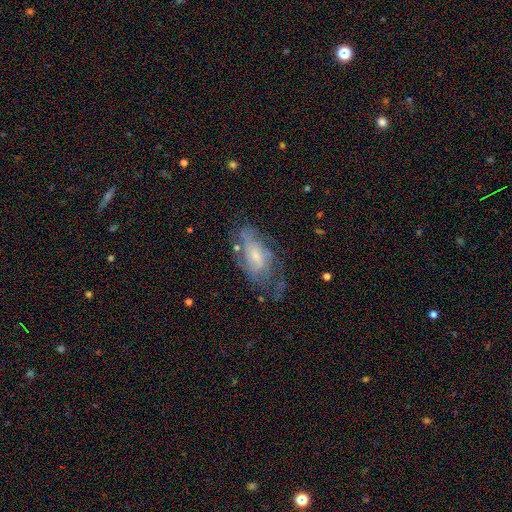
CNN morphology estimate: Smooth or featured: featured or disk — 69% (smooth — 23%)
Edge-on disk: no — 93% (yes — 7%)
Bar: no — 56% (weak — 37%)
Spiral arms: yes — 80% (no — 20%)
Spiral winding: tight — 44% (medium — 40%)
Spiral arm count: can't tell — 49% (2 — 26%)
Bulge size: small — 56% (moderate — 32%)
Merging: none — 53% (minor disturbance — 26%)